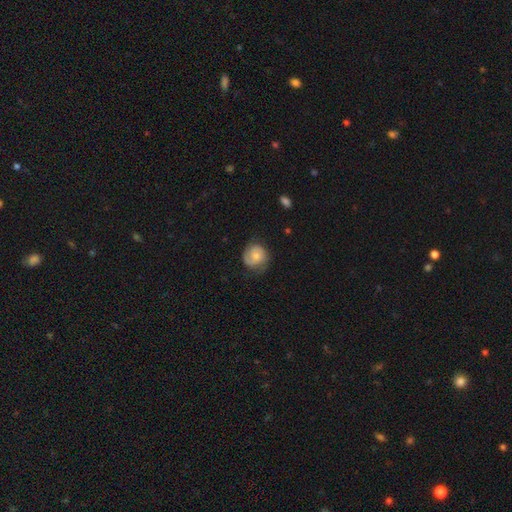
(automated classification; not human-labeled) A featured or disk galaxy (48%). Merging: none (67%).